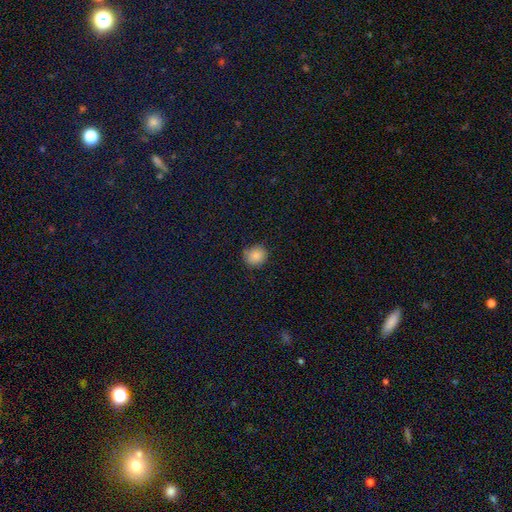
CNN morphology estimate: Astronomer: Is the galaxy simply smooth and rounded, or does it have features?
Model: smooth — 86%.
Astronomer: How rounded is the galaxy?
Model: round — 79%.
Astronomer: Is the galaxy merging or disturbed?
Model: none — 82%.